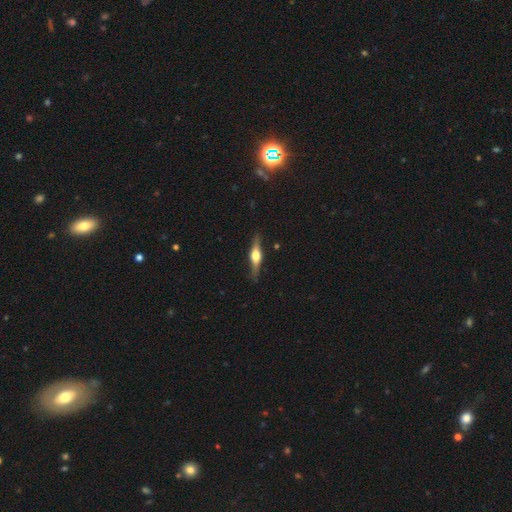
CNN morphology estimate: Overall: featured or disk (70%). Edge-on disk: yes (97%). Edge-on bulge: rounded (93%). Merging: none (87%).